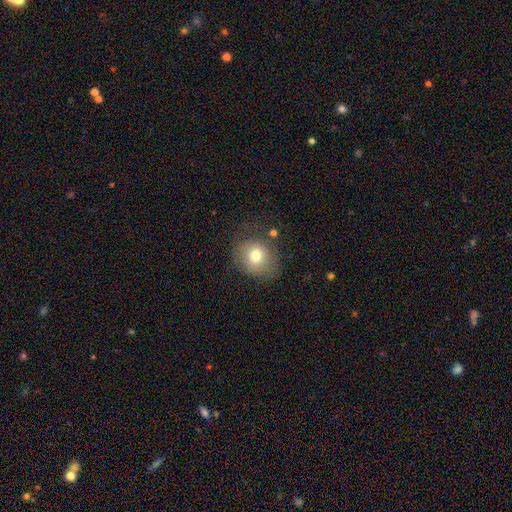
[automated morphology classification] smooth-or-featured: smooth: 74% | featured or disk: 15% | star or artifact: 11%
  how-rounded: round: 76% | in between: 23% | cigar-shaped: 1%
  merging: none: 66% | minor disturbance: 21% | major disturbance: 10% | merger: 3%